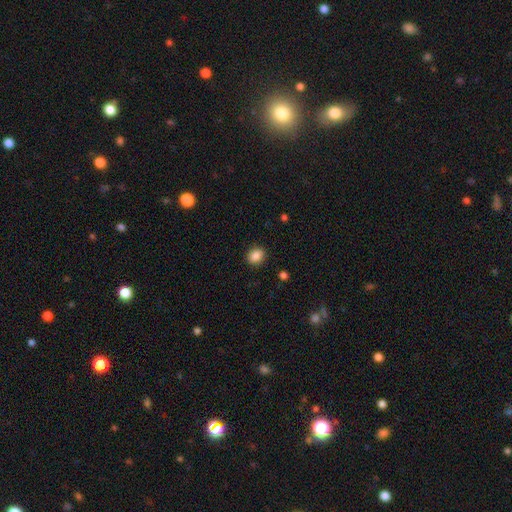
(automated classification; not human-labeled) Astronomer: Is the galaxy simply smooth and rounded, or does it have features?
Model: smooth — 87%.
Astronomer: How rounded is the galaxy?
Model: round — 54% (runner-up: in between, 45%).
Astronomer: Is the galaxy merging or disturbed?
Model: none — 89%.